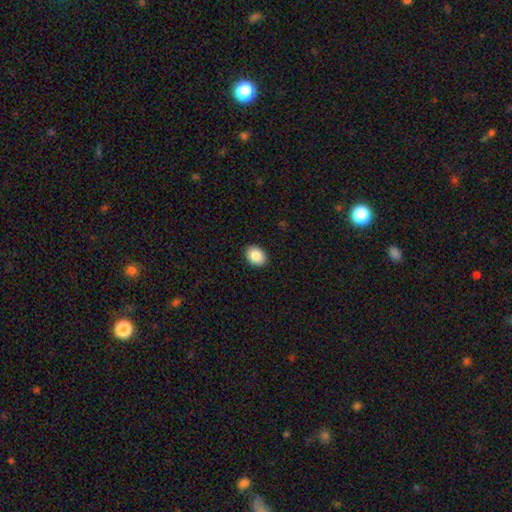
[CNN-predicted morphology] A smooth galaxy with no disk features (88%) that is in between round and cigar-shaped (71%).

Vote fractions:
- Smooth or featured? smooth: 88% / star or artifact: 7% / featured or disk: 4%
- How rounded? in between: 71% / round: 28% / cigar-shaped: 1%
- Merging? none: 91% / minor disturbance: 7% / major disturbance: 2% / merger: 1%